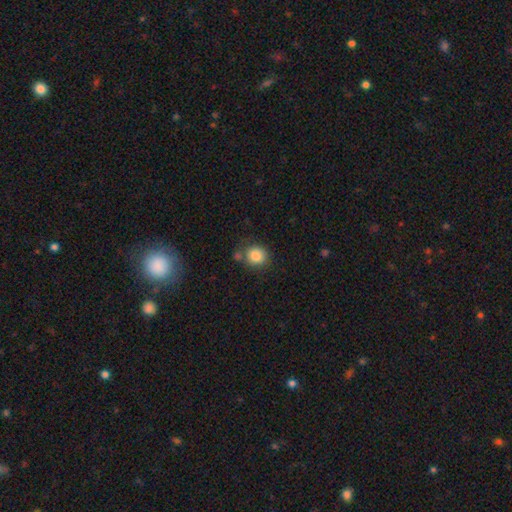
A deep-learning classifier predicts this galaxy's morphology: Q: Smooth or featured?
A: smooth (85%); runner-up: star or artifact (9%)
Q: How rounded?
A: round (78%); runner-up: in between (21%)
Q: Merging?
A: none (67%); runner-up: minor disturbance (15%)